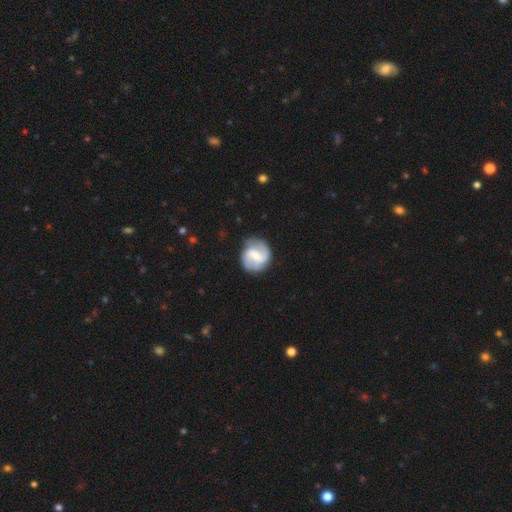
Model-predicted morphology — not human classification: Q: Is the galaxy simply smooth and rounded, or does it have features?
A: featured or disk — 76%.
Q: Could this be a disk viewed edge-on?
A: no — 98%.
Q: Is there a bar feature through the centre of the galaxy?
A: weak — 50%.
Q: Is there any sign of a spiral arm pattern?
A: yes — 93%.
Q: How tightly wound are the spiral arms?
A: medium — 46%.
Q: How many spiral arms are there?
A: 2 — 88%.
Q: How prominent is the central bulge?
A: small — 51%.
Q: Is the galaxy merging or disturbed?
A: none — 81%.